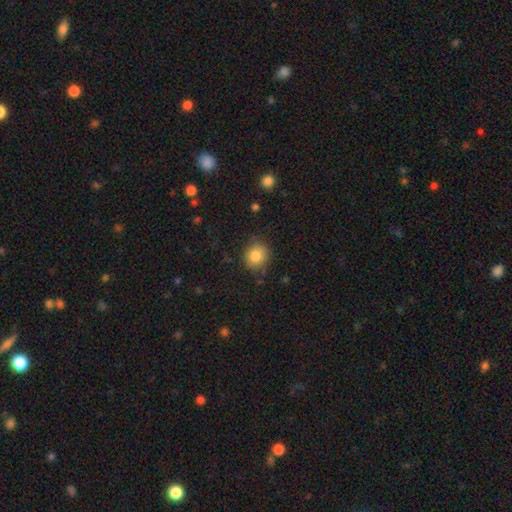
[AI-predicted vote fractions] Smooth or featured? Predicted: smooth (p=0.82). How rounded? Predicted: round (p=0.81). Merging? Predicted: none (p=0.84).